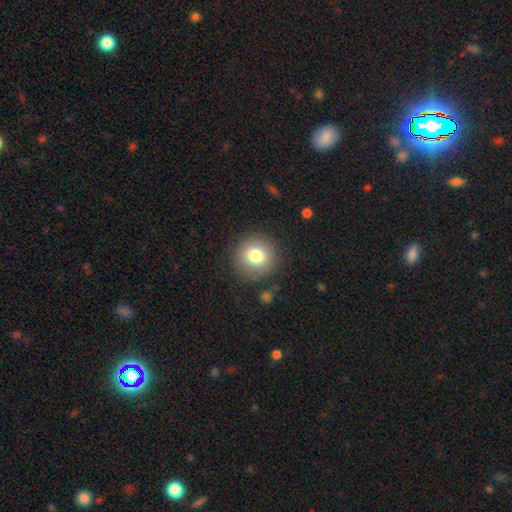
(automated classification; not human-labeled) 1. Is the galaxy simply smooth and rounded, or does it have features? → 79% smooth, 11% star or artifact, 10% featured or disk.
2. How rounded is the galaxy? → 93% round, 6% in between, 1% cigar-shaped.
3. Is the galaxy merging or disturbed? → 87% none, 8% minor disturbance, 4% major disturbance, 2% merger.